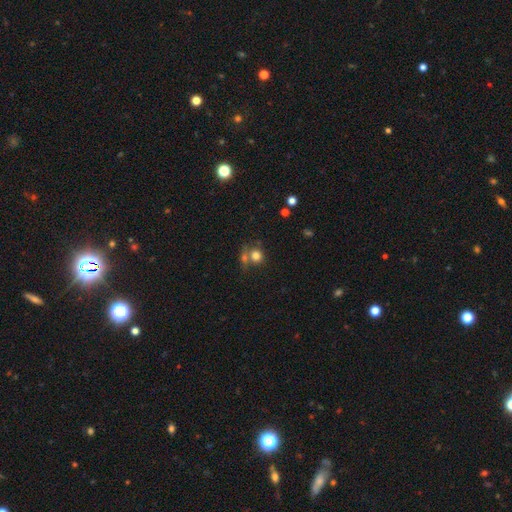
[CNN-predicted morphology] Q: Smooth or featured?
A: smooth (77%); runner-up: star or artifact (12%)
Q: How rounded?
A: round (80%); runner-up: in between (19%)
Q: Merging?
A: none (44%); runner-up: merger (40%)